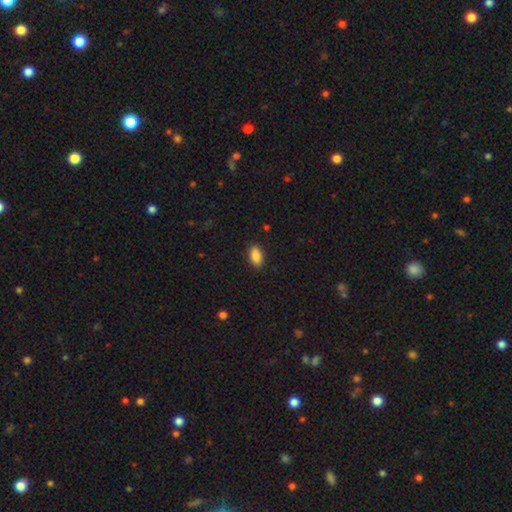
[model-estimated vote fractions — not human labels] This appears to be a smooth galaxy with no disk features (88%) that is in between round and cigar-shaped (92%). Merging: none (89%).